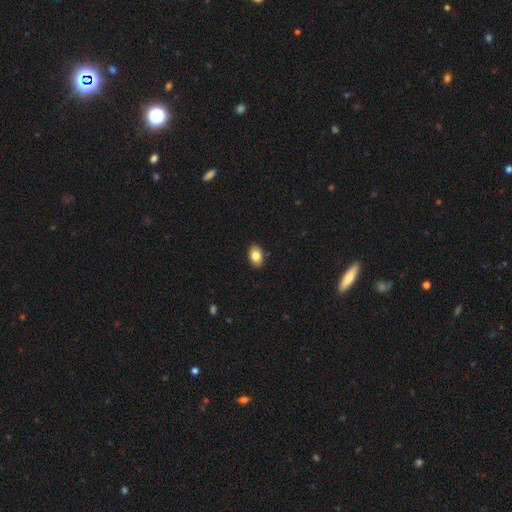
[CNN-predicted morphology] smooth 84%, featured or disk 8%, star or artifact 8%. Down the decision tree: how rounded — in between (85%); merging — none (90%).